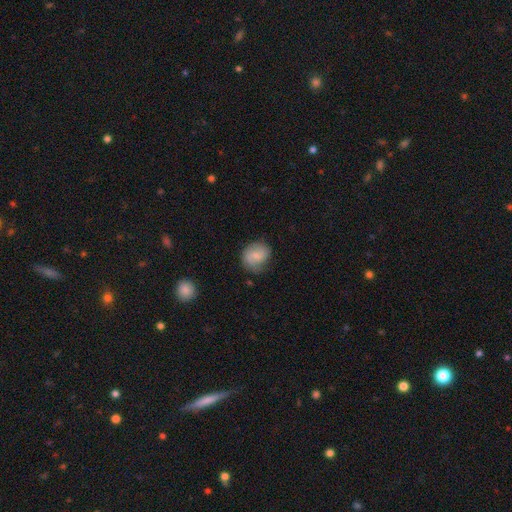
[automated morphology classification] type=smooth (63%); roundness=round (68%); merging=none (60%).